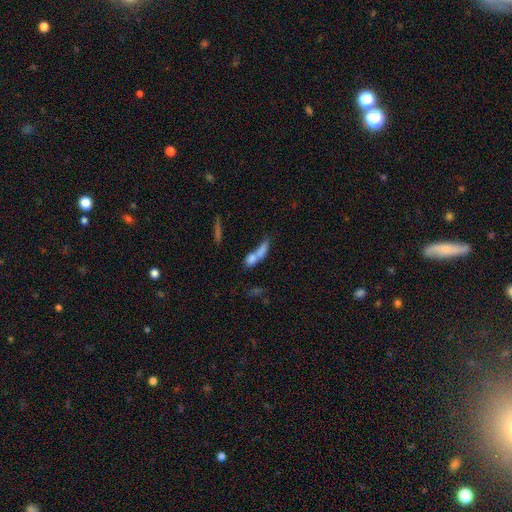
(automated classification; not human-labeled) This is likely a smooth galaxy (66%). How rounded: possibly in between (45%). Merging: possibly merger (59%).